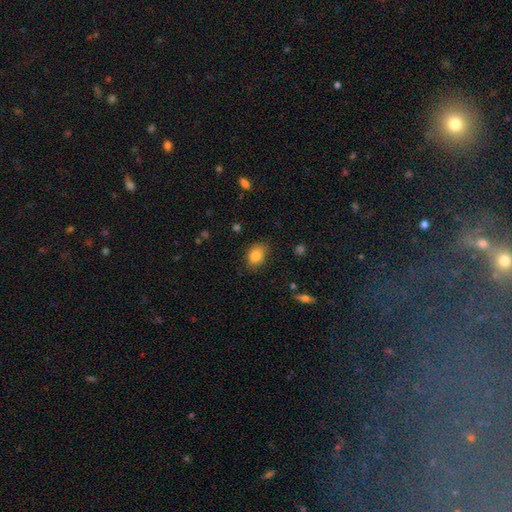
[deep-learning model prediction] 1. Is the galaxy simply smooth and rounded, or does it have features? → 84% smooth, 9% star or artifact, 7% featured or disk.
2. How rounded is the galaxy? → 74% in between, 25% round, 1% cigar-shaped.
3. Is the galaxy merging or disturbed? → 76% none, 18% minor disturbance, 4% major disturbance, 1% merger.